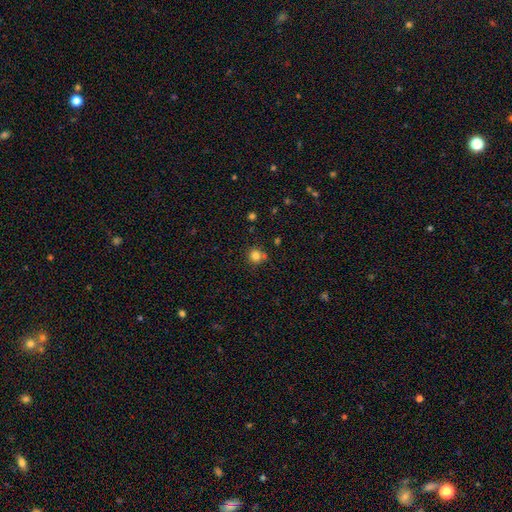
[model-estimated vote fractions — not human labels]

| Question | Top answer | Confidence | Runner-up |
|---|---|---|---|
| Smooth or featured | smooth | 81% | star or artifact (13%) |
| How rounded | round | 92% | in between (7%) |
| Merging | none | 75% | merger (13%) |